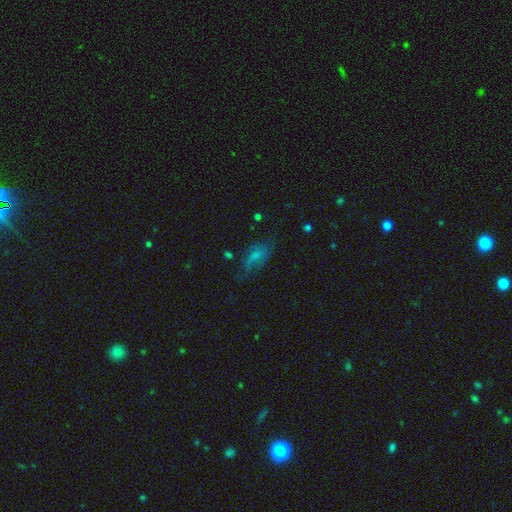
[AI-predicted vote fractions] The model was most divided on "merging": none: 48%, minor disturbance: 29%, major disturbance: 20%, merger: 3%. More confident: how rounded — in between (86%); smooth or featured — smooth (62%).